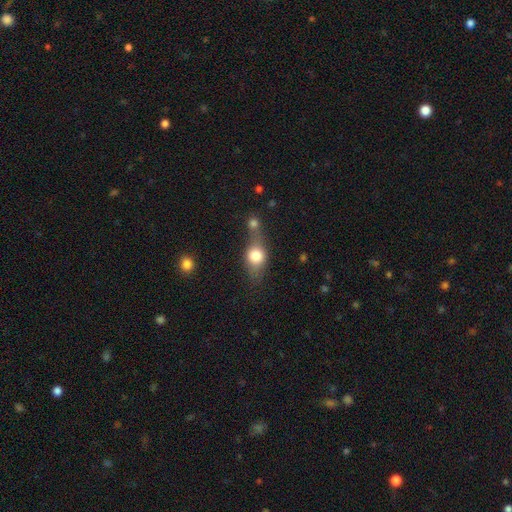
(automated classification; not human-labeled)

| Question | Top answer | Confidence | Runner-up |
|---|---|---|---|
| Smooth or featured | smooth | 69% | featured or disk (21%) |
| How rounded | in between | 53% | round (41%) |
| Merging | none | 41% | merger (33%) |